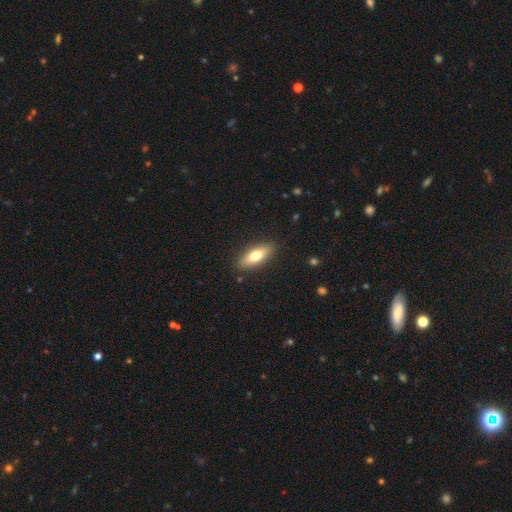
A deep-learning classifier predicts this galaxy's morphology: A smooth galaxy with no disk features (68%) that is in between round and cigar-shaped (71%).

Vote fractions:
- Smooth or featured? smooth: 68% / featured or disk: 26% / star or artifact: 7%
- How rounded? in between: 71% / cigar-shaped: 26% / round: 3%
- Merging? none: 88% / minor disturbance: 9% / major disturbance: 2% / merger: 1%